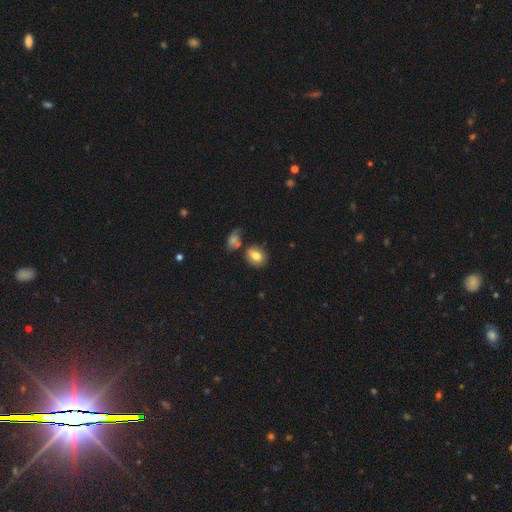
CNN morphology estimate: Smooth or featured? Predicted: smooth (p=0.80). How rounded? Predicted: round (p=0.54). Merging? Predicted: none (p=0.65).